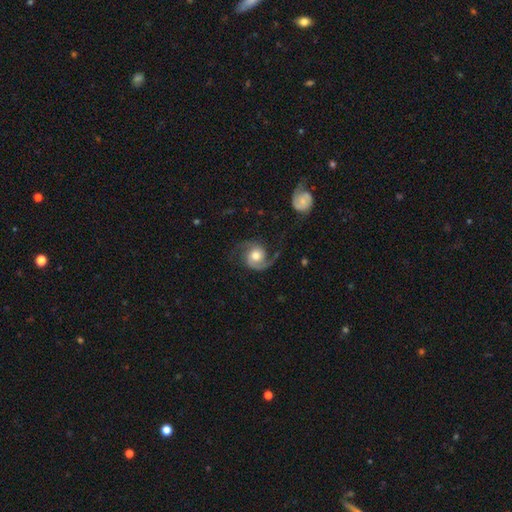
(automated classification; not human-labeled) The model was most divided on "spiral winding": medium: 49%, loose: 34%, tight: 17%. More confident: edge-on disk — no (98%); spiral arms — yes (97%); spiral arm count — 2 (87%); smooth or featured — featured or disk (84%); merging — none (71%); bar — no (69%); bulge size — moderate (58%).